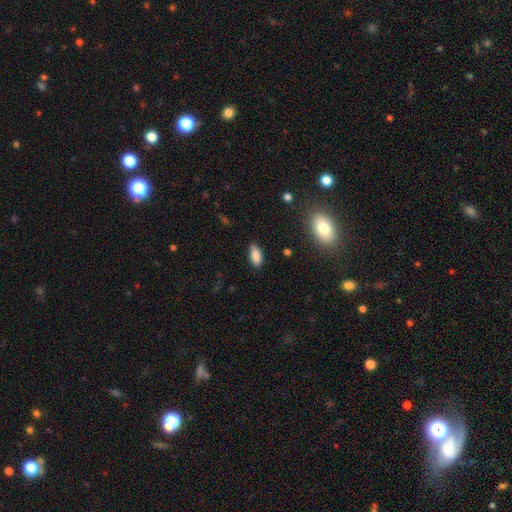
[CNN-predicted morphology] Smooth or featured?
  - smooth: 86% *
  - star or artifact: 8%
  - featured or disk: 7%
How rounded?
  - in between: 88% *
  - cigar-shaped: 10%
  - round: 2%
Merging?
  - none: 87% *
  - minor disturbance: 10%
  - major disturbance: 2%
  - merger: 1%